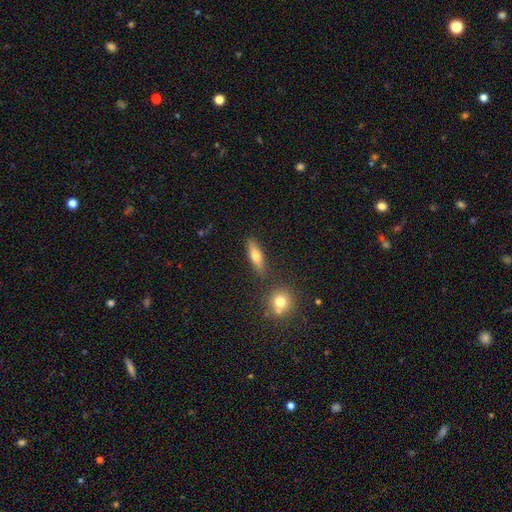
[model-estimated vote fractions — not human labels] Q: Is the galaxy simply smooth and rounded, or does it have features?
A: smooth — 61%.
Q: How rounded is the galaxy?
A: cigar-shaped — 54%.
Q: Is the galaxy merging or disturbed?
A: none — 81%.